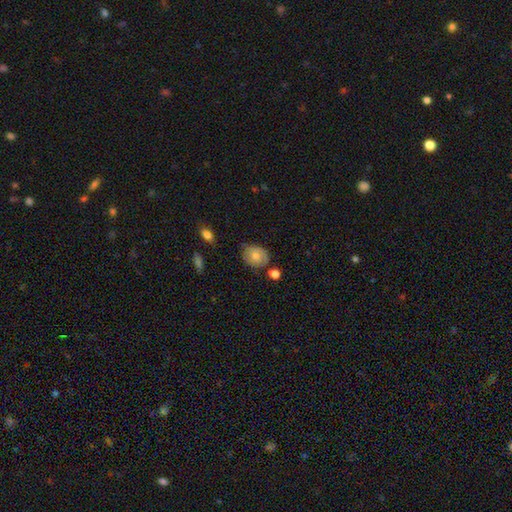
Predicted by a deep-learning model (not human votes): This appears to be a smooth galaxy with no disk features (71%) that is round (51%). Merging: none (68%).